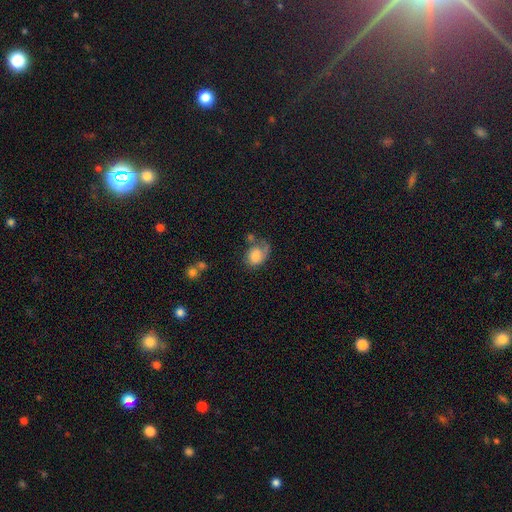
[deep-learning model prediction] The model was most divided on "merging": none: 35%, major disturbance: 29%, minor disturbance: 26%, merger: 11%. More confident: smooth or featured — smooth (60%); how rounded — in between (59%).